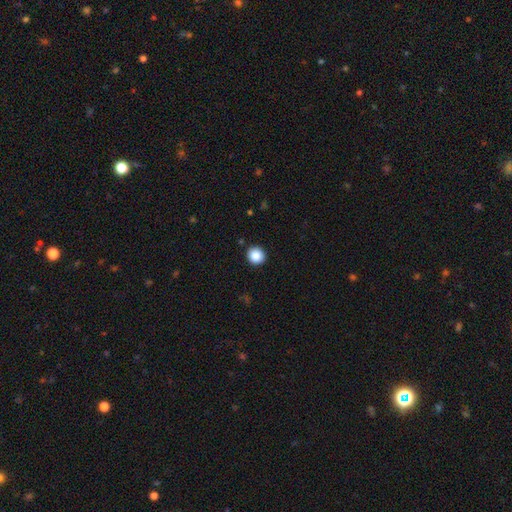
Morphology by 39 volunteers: Smooth or featured: smooth — 90% (star or artifact — 10%)
How rounded: round — 100%
Merging: none — 94% (minor disturbance — 3%)